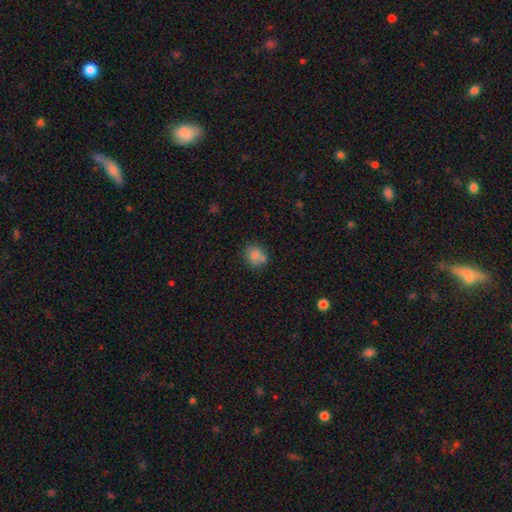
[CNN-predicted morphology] A smooth galaxy with no disk features (81%) that is round (79%).

Vote fractions:
- Smooth or featured? smooth: 81% / star or artifact: 10% / featured or disk: 9%
- How rounded? round: 79% / in between: 20% / cigar-shaped: 1%
- Merging? none: 67% / merger: 17% / minor disturbance: 13% / major disturbance: 4%